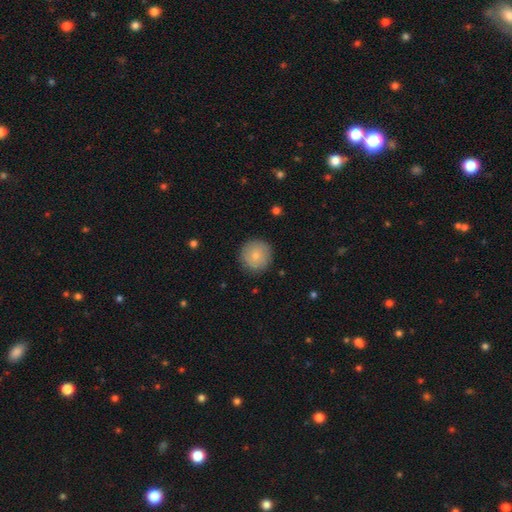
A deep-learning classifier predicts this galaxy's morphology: smooth-or-featured: smooth: 81% | featured or disk: 12% | star or artifact: 7%
  how-rounded: round: 95% | in between: 4% | cigar-shaped: 1%
  merging: none: 89% | minor disturbance: 8% | major disturbance: 2% | merger: 1%